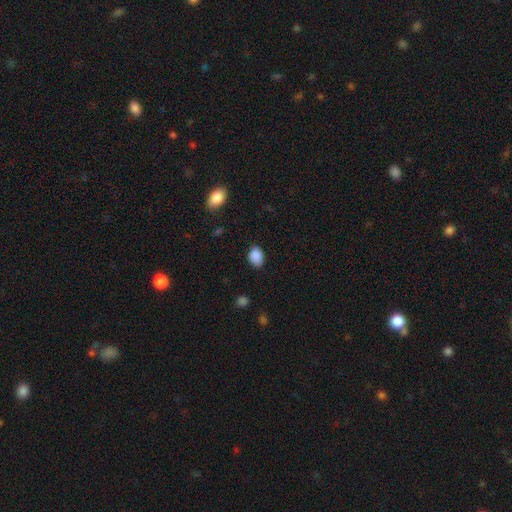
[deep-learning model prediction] A smooth galaxy with no disk features (88%) that is in between round and cigar-shaped (71%).

Vote fractions:
- Smooth or featured? smooth: 88% / star or artifact: 9% / featured or disk: 4%
- How rounded? in between: 71% / round: 28% / cigar-shaped: 1%
- Merging? none: 77% / minor disturbance: 19% / major disturbance: 3% / merger: 1%